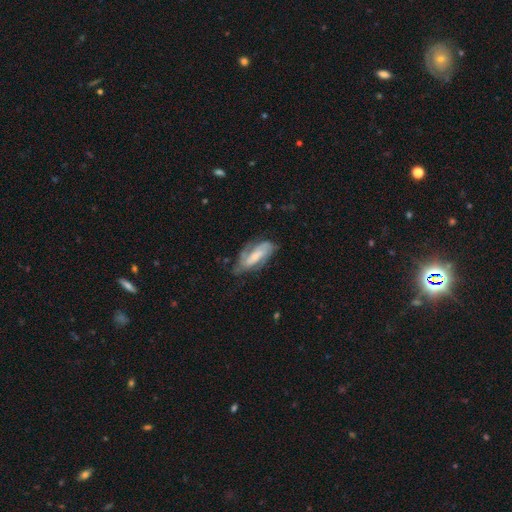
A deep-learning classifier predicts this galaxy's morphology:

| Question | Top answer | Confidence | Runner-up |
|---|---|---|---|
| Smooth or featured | featured or disk | 69% | smooth (25%) |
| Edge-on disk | no | 90% | yes (10%) |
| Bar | weak | 38% | no (34%) |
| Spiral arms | yes | 88% | no (12%) |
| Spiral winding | medium | 42% | tight (40%) |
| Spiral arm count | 2 | 61% | can't tell (21%) |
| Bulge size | small | 41% | moderate (35%) |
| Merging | none | 58% | minor disturbance (26%) |